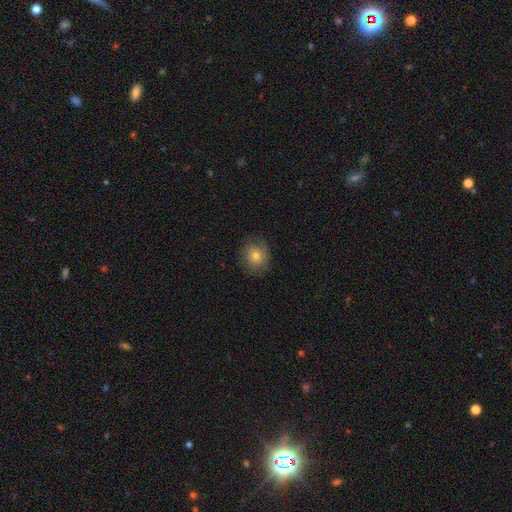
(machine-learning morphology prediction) The model was most divided on "smooth or featured": smooth: 62%, featured or disk: 28%, star or artifact: 11%. More confident: merging — none (78%); how rounded — round (78%).